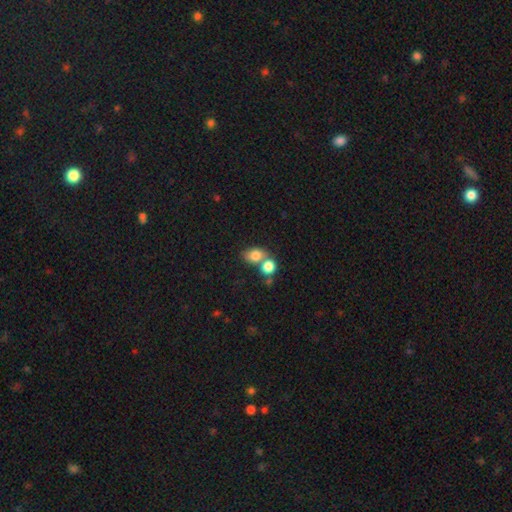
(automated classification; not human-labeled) smooth_or_featured: smooth (p=0.79) [alt: featured or disk p=0.11]
how_rounded: in between (p=0.57) [alt: round p=0.42]
merging: merger (p=0.50) [alt: none p=0.36]